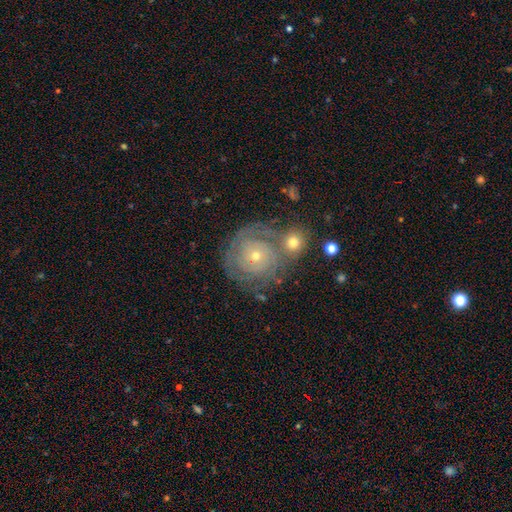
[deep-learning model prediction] This is likely a featured or disk galaxy (71%). It is clearly not viewed edge-on (97%). Bar: clearly no (85%). Spiral arm pattern: clearly yes (81%). Spiral arm count: possibly can't tell (47%). Spiral winding: clearly tight (81%). Central bulge: likely small (68%). Merging: possibly none (59%).